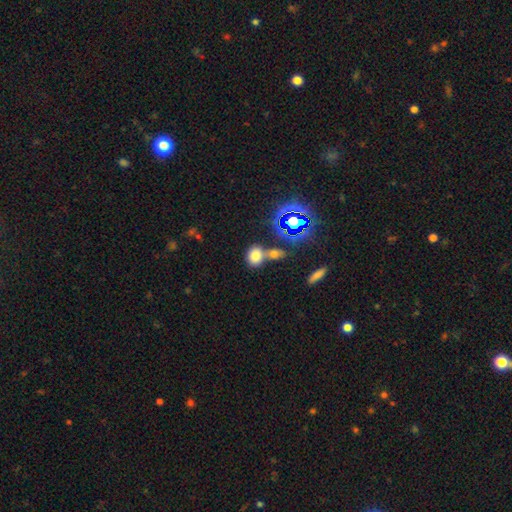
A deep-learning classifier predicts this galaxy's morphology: This appears to be a smooth galaxy with no disk features (72%) that is in between round and cigar-shaped (50%). Merging: none (50%).